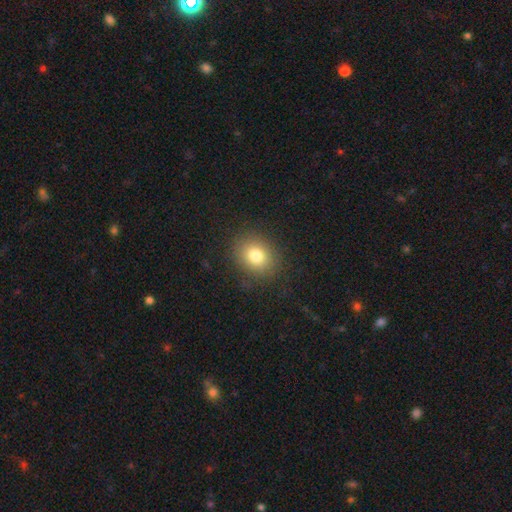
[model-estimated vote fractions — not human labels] Smooth or featured?
  - smooth: 79% *
  - star or artifact: 11%
  - featured or disk: 9%
How rounded?
  - round: 61% *
  - in between: 38%
  - cigar-shaped: 1%
Merging?
  - none: 86% *
  - minor disturbance: 9%
  - major disturbance: 4%
  - merger: 1%